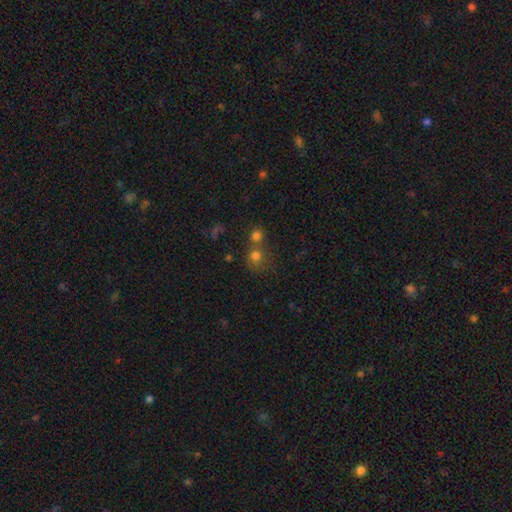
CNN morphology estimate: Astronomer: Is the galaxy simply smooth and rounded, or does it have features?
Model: smooth — 71%.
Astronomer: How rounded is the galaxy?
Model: round — 81%.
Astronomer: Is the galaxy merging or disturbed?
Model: merger — 43%, tied with none at 43%.